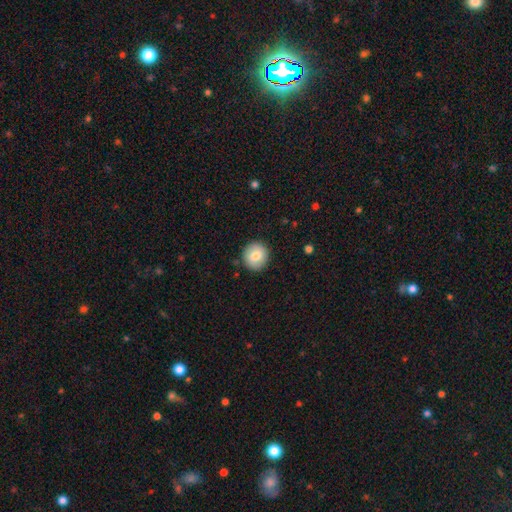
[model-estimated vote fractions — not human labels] Q: Smooth or featured?
A: smooth (79%); runner-up: featured or disk (13%)
Q: How rounded?
A: round (92%); runner-up: in between (7%)
Q: Merging?
A: none (90%); runner-up: minor disturbance (7%)